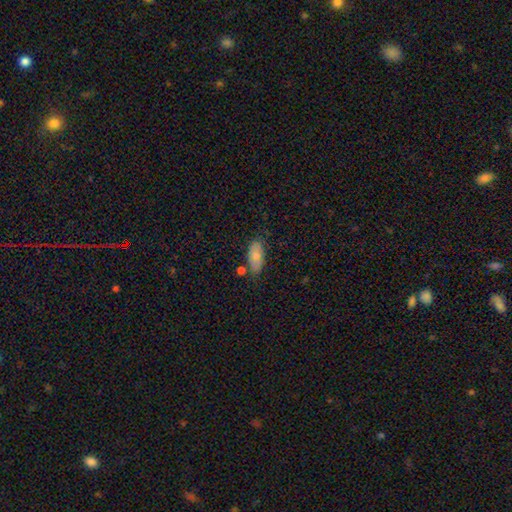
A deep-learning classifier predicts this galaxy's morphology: Q: Smooth or featured?
A: smooth (78%); runner-up: featured or disk (15%)
Q: How rounded?
A: in between (88%); runner-up: cigar-shaped (9%)
Q: Merging?
A: none (69%); runner-up: minor disturbance (19%)